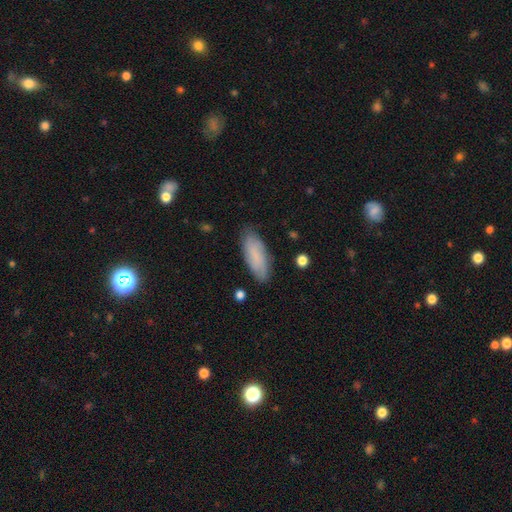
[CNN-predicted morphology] This appears to be a smooth galaxy with no disk features (79%) that is in between round and cigar-shaped (69%). Merging: none (83%).